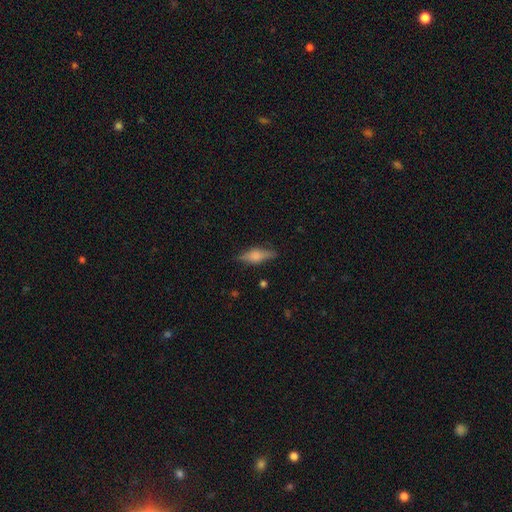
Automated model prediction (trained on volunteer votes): Smooth or featured?
  - smooth: 47% *
  - featured or disk: 45%
  - star or artifact: 8%
Merging?
  - none: 80% *
  - minor disturbance: 15%
  - major disturbance: 4%
  - merger: 1%